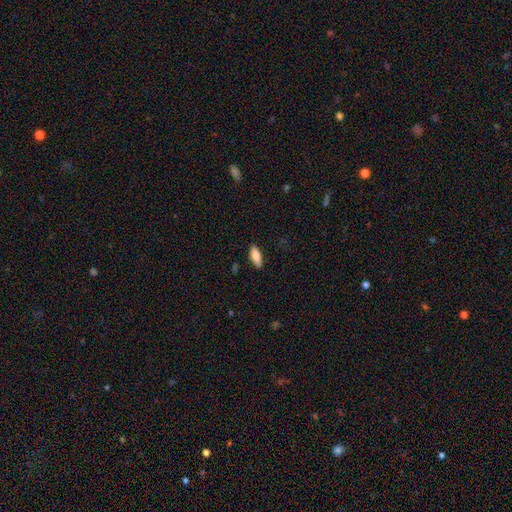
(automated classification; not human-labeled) Morphology: type=smooth (85%); roundness=in between (68%); merging=none (85%).